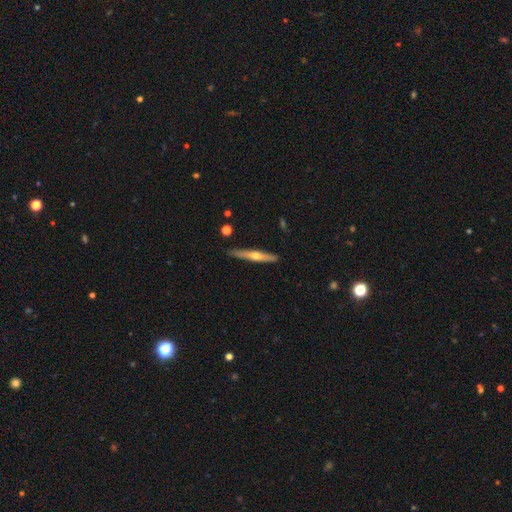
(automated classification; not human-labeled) featured or disk 59%, smooth 35%, star or artifact 6%. Down the decision tree: edge-on disk — yes (95%); edge-on bulge — rounded (87%); merging — none (88%).